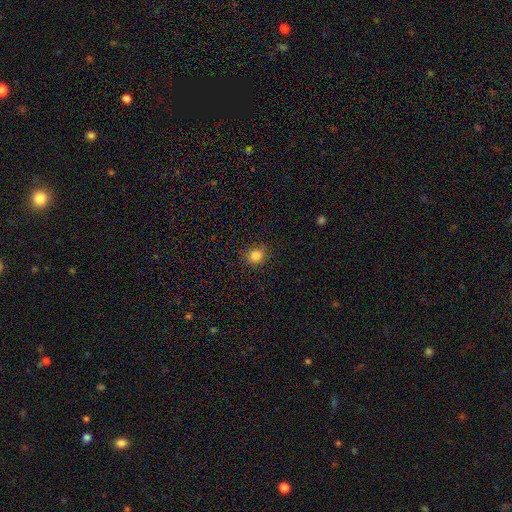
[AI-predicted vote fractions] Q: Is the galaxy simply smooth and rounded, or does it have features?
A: smooth — 81%.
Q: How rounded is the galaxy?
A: round — 81%.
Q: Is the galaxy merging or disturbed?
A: none — 87%.